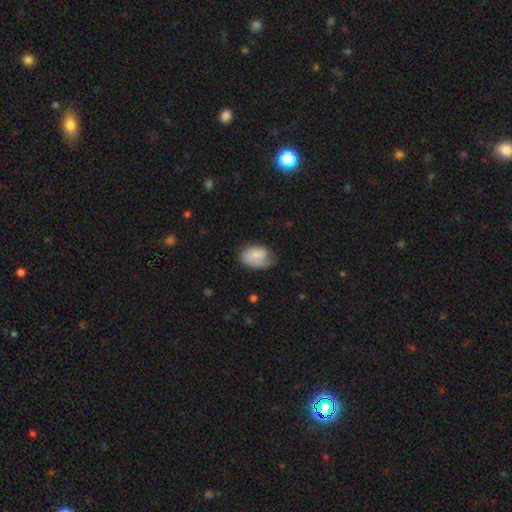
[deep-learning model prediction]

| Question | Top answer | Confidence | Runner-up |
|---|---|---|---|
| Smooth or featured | smooth | 76% | featured or disk (18%) |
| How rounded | in between | 85% | round (13%) |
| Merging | none | 51% | minor disturbance (35%) |